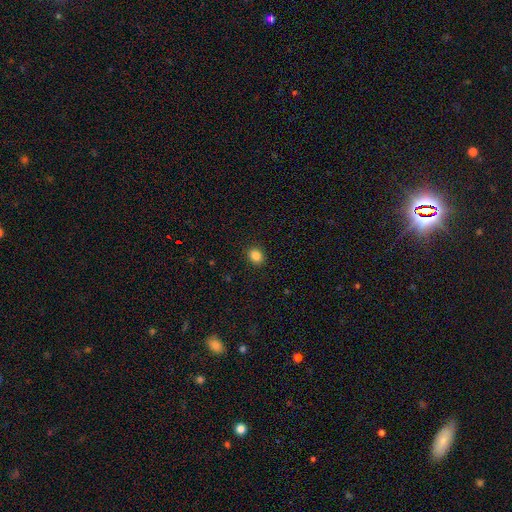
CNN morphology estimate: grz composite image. It shows a smooth galaxy with no disk features (85%) that is round (60%). Merging: none (91%).